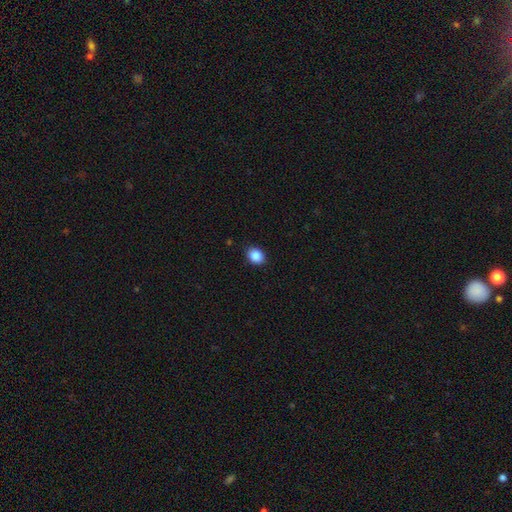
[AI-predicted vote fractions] A smooth galaxy with no disk features (88%) that is in between round and cigar-shaped (52%).

Vote fractions:
- Smooth or featured? smooth: 88% / star or artifact: 9% / featured or disk: 3%
- How rounded? in between: 52% / round: 47% / cigar-shaped: 1%
- Merging? none: 88% / minor disturbance: 9% / major disturbance: 2% / merger: 1%